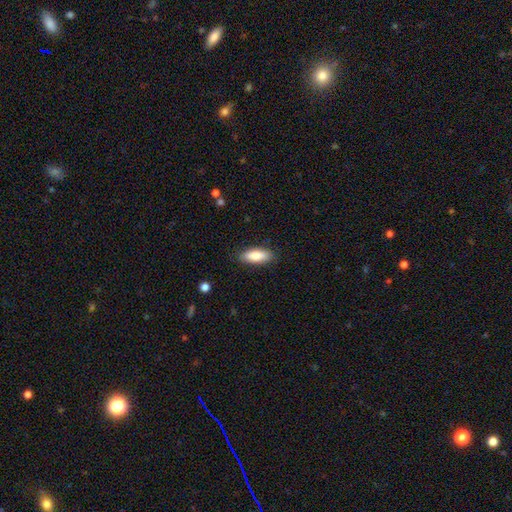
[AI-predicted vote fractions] Smooth or featured? smooth (84%)
How rounded? in between (73%)
Merging? none (86%)